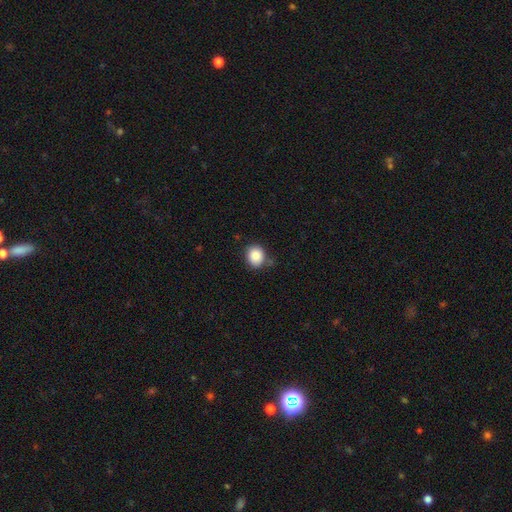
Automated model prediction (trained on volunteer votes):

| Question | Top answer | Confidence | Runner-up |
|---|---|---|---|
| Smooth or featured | smooth | 87% | star or artifact (9%) |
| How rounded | round | 73% | in between (26%) |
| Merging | none | 78% | minor disturbance (15%) |